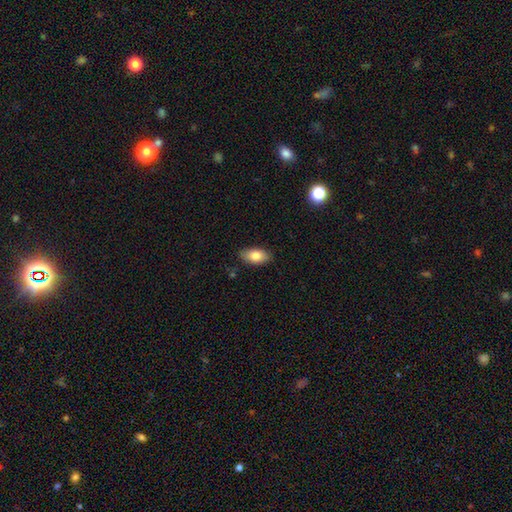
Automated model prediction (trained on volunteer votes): Smooth or featured? smooth (84%)
How rounded? in between (92%)
Merging? none (85%)